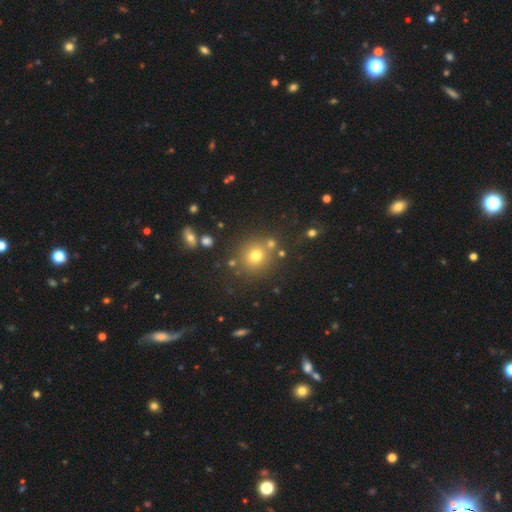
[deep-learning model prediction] Morphology: type=smooth (71%); roundness=round (89%); merging=none (78%).